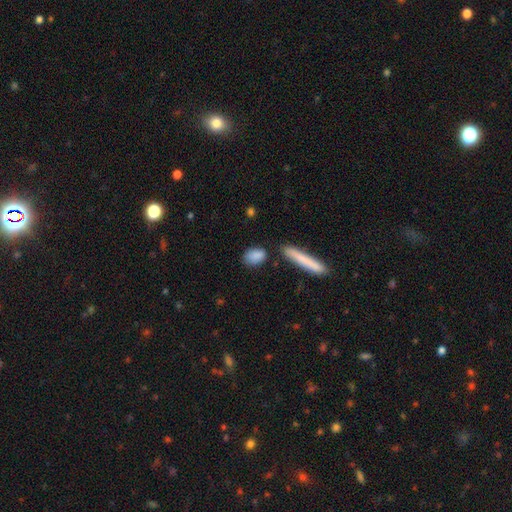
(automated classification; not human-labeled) A smooth galaxy with no disk features (87%) that is in between round and cigar-shaped (77%). Merging: none (73%).